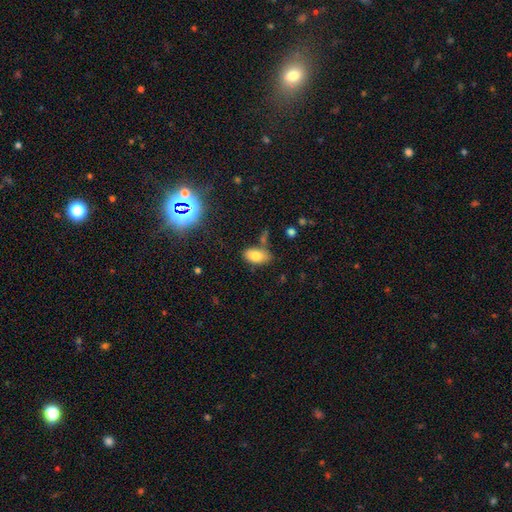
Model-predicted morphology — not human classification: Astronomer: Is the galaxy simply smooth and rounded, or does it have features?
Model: smooth — 78%.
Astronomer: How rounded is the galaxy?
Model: in between — 93%.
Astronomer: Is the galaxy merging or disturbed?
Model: none — 69%.